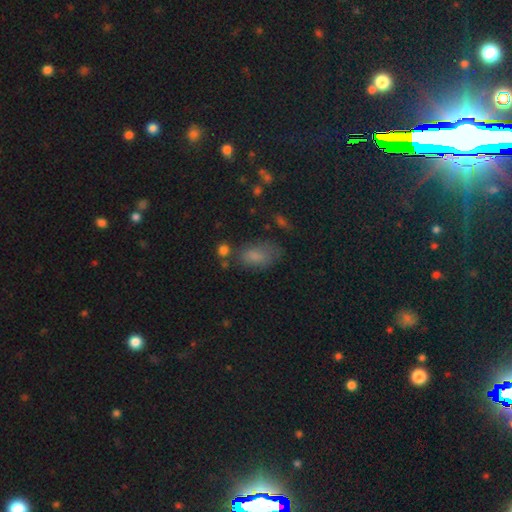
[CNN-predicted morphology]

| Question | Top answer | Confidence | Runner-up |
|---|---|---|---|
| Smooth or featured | smooth | 74% | star or artifact (14%) |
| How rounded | in between | 89% | round (7%) |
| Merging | none | 50% | minor disturbance (27%) |